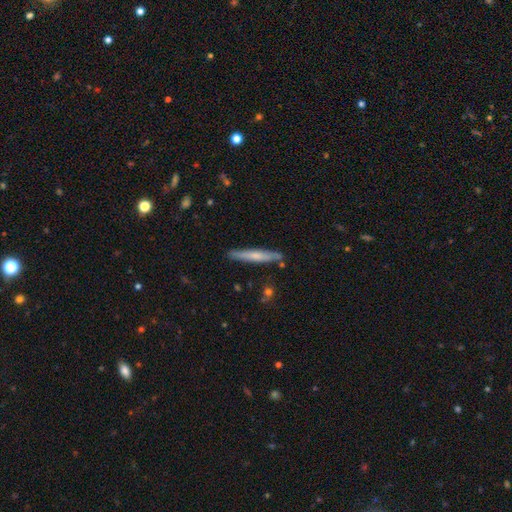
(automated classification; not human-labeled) A smooth galaxy with no disk features (52%) that is cigar-shaped (95%).

Vote fractions:
- Smooth or featured? smooth: 52% / featured or disk: 42% / star or artifact: 6%
- How rounded? cigar-shaped: 95% / in between: 4% / round: 1%
- Merging? none: 85% / minor disturbance: 10% / merger: 3% / major disturbance: 2%